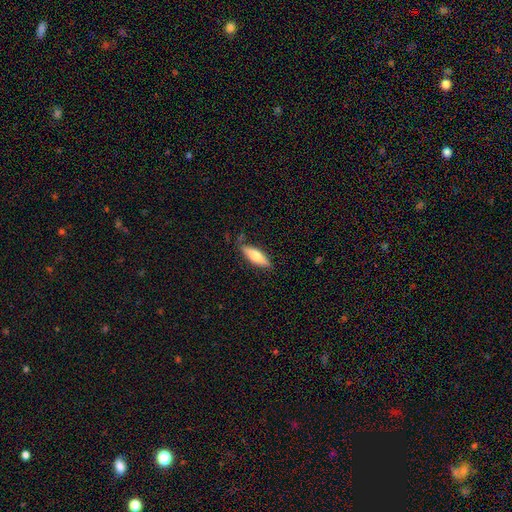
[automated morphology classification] smooth-or-featured: smooth: 71% | featured or disk: 23% | star or artifact: 6%
  how-rounded: cigar-shaped: 51% | in between: 48% | round: 2%
  merging: none: 79% | minor disturbance: 16% | major disturbance: 3% | merger: 2%